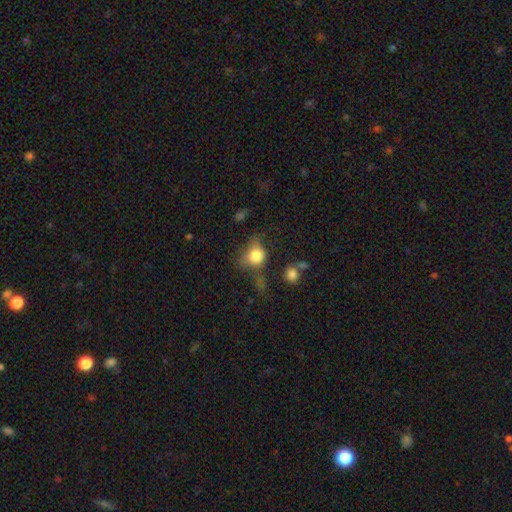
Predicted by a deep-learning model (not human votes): smooth-or-featured: smooth: 74% | featured or disk: 15% | star or artifact: 11%
  how-rounded: round: 62% | in between: 37% | cigar-shaped: 2%
  merging: none: 38% | major disturbance: 28% | minor disturbance: 26% | merger: 8%